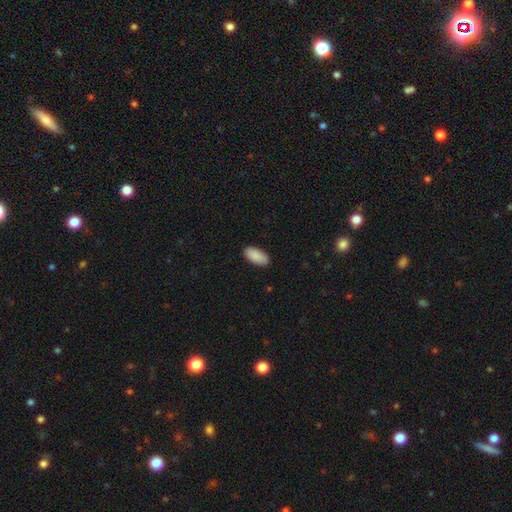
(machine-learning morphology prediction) Q: Smooth or featured?
A: smooth (91%); runner-up: star or artifact (6%)
Q: How rounded?
A: in between (93%); runner-up: cigar-shaped (5%)
Q: Merging?
A: none (89%); runner-up: minor disturbance (9%)